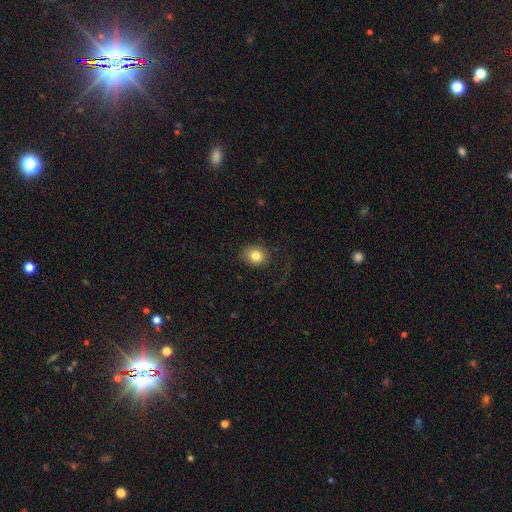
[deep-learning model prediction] A smooth galaxy with no disk features (82%) that is round (61%).

Vote fractions:
- Smooth or featured? smooth: 82% / star or artifact: 10% / featured or disk: 8%
- How rounded? round: 61% / in between: 38% / cigar-shaped: 1%
- Merging? none: 75% / minor disturbance: 14% / major disturbance: 10% / merger: 1%